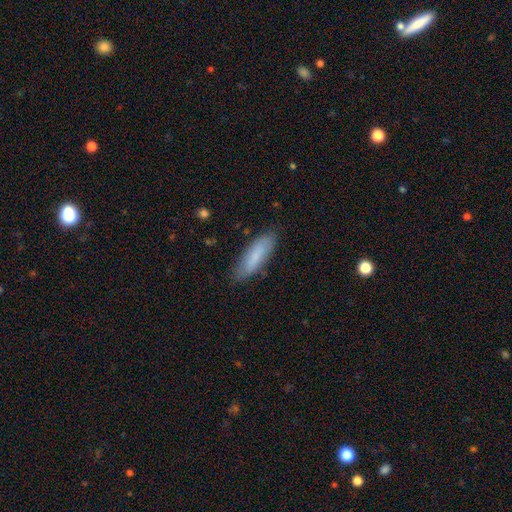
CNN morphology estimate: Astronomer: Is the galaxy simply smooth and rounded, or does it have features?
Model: smooth — 78%.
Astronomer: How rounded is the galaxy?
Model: cigar-shaped — 51% (runner-up: in between, 47%).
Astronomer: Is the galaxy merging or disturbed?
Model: none — 82%.